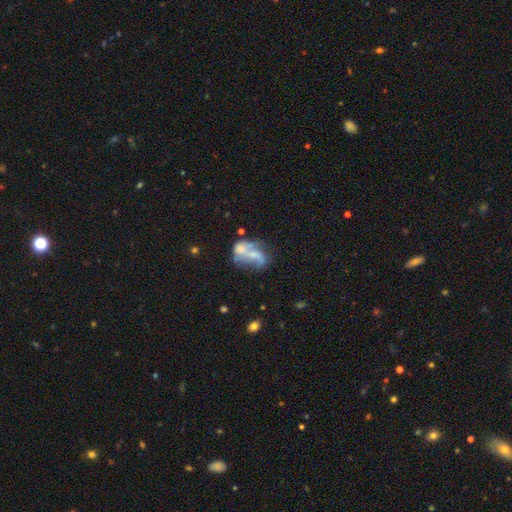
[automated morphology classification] Smooth or featured: featured or disk — 60% (smooth — 30%)
Edge-on disk: no — 97% (yes — 3%)
Bar: no — 64% (weak — 25%)
Spiral arms: no — 52% (yes — 48%)
Bulge size: none — 40% (small — 30%)
Merging: merger — 31% (major disturbance — 26%)